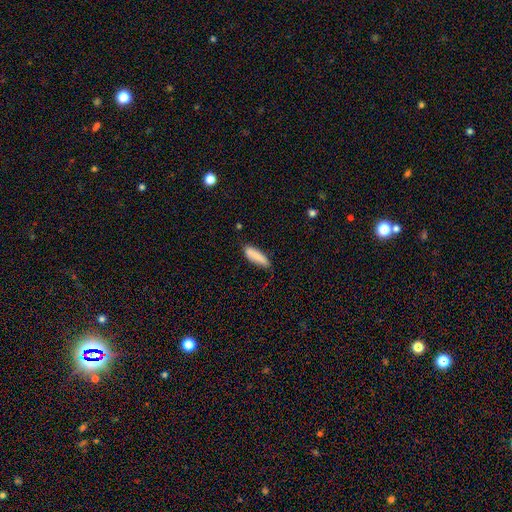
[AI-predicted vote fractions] smooth_or_featured: smooth (p=0.84) [alt: featured or disk p=0.09]
how_rounded: cigar-shaped (p=0.58) [alt: in between p=0.41]
merging: none (p=0.66) [alt: minor disturbance p=0.27]